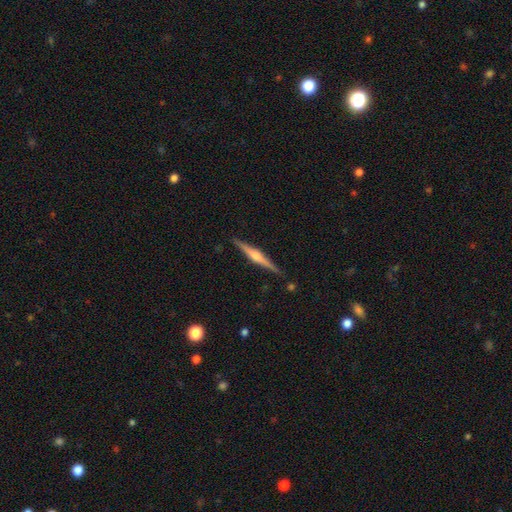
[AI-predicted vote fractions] Smooth or featured? featured or disk (78%)
Edge-on disk? yes (98%)
Edge-on bulge? rounded (82%)
Merging? none (91%)